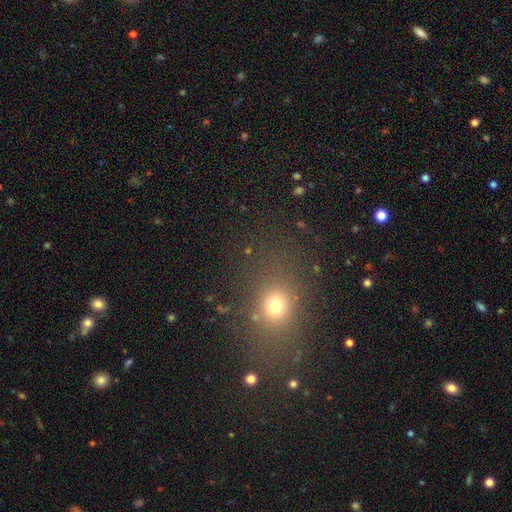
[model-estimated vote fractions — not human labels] Smooth or featured? Predicted: smooth (p=0.58). How rounded? Predicted: in between (p=0.50). Merging? Predicted: none (p=0.84).